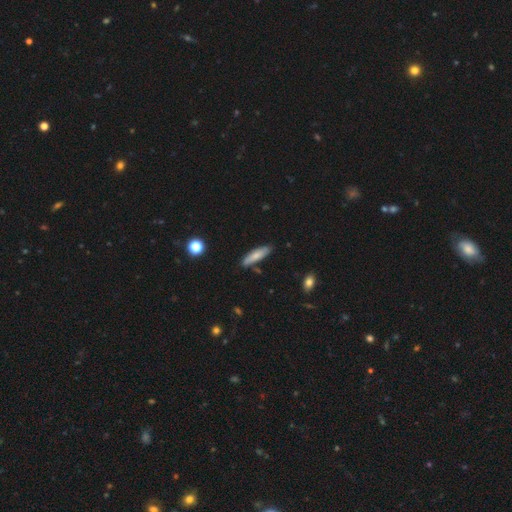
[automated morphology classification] Smooth or featured? smooth (73%)
How rounded? cigar-shaped (71%)
Merging? none (77%)